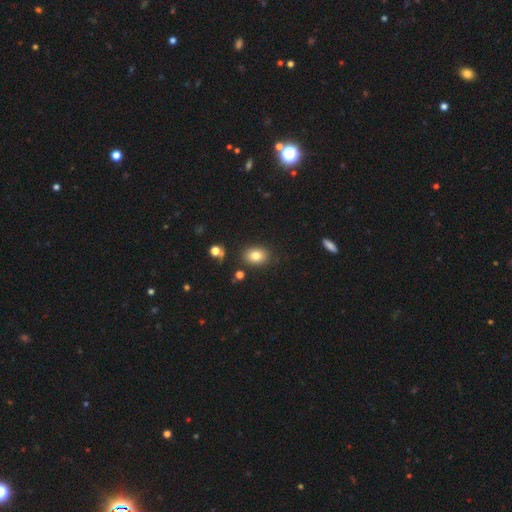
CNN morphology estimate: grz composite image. It shows a smooth galaxy with no disk features (81%) that is in between round and cigar-shaped (71%). Merging: none (83%).